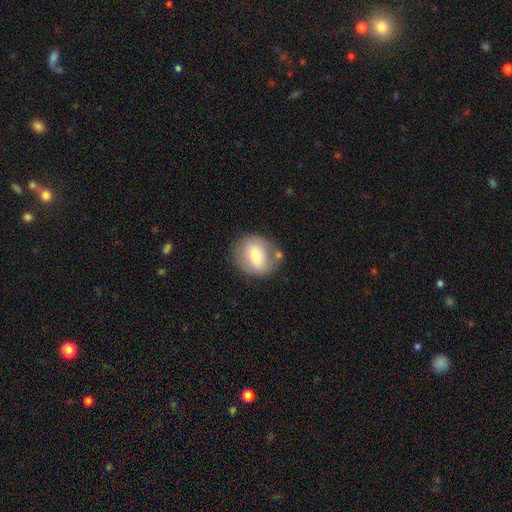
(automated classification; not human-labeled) Smooth or featured? smooth (64%)
How rounded? round (70%)
Merging? none (66%)